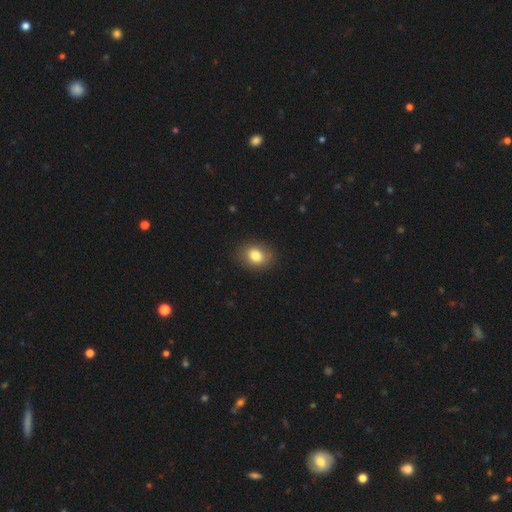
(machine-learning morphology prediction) Smooth or featured?
  - smooth: 81% *
  - featured or disk: 9%
  - star or artifact: 9%
How rounded?
  - in between: 58% *
  - round: 41%
  - cigar-shaped: 1%
Merging?
  - none: 85% *
  - minor disturbance: 11%
  - major disturbance: 3%
  - merger: 1%